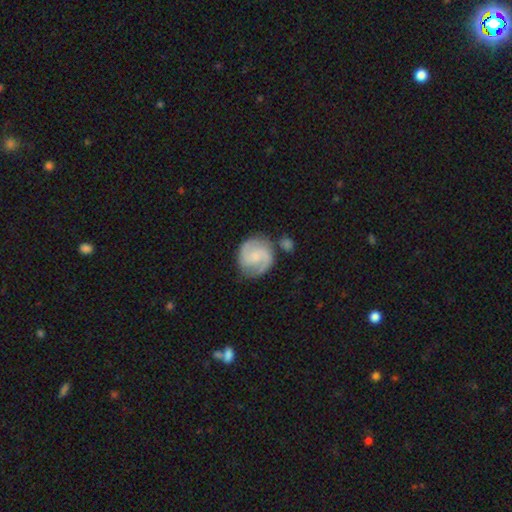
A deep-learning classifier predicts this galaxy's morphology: A featured or disk galaxy (76%) with no bar (56%), 2 (85%) medium (50%) spiral arms (96%) and a small central bulge (56%).

Vote fractions:
- Smooth or featured? featured or disk: 76% / smooth: 19% / star or artifact: 6%
- Edge-on disk? no: 98% / yes: 2%
- Bar? no: 56% / weak: 38% / strong: 6%
- Spiral arms? yes: 96% / no: 4%
- Spiral winding? medium: 50% / tight: 35% / loose: 15%
- Spiral arm count? 2: 85% / can't tell: 6% / 3: 5% / 1: 2% / 4: 1% / more than 4: 1%
- Bulge size? small: 56% / moderate: 22% / none: 19% / large: 2% / dominant: 1%
- Merging? none: 72% / minor disturbance: 15% / merger: 8% / major disturbance: 5%